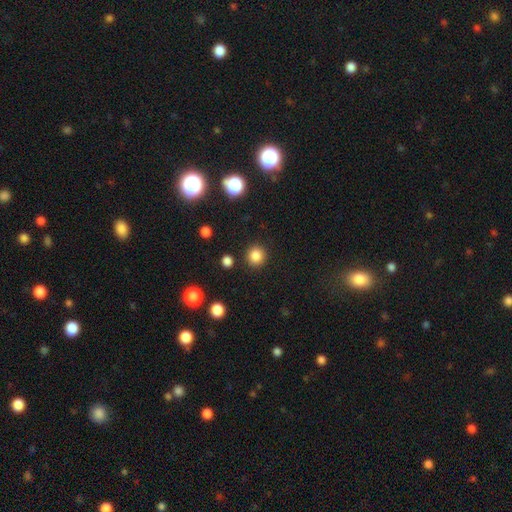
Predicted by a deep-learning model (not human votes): Overall: smooth (84%). How rounded: round (92%). Merging: none (90%).